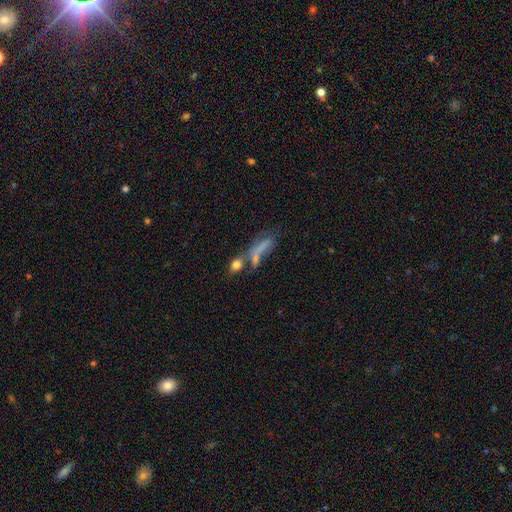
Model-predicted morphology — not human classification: This appears to be a smooth galaxy with no disk features (51%) that is cigar-shaped (57%). Merging: merger (33%).